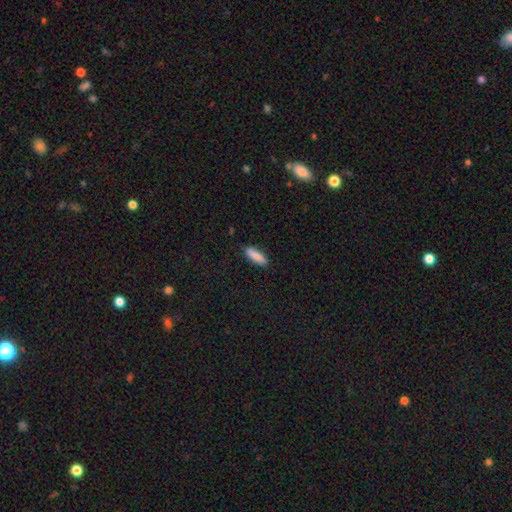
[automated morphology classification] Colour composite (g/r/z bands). It shows a smooth galaxy with no disk features (84%) that is cigar-shaped (54%). Merging: none (85%).